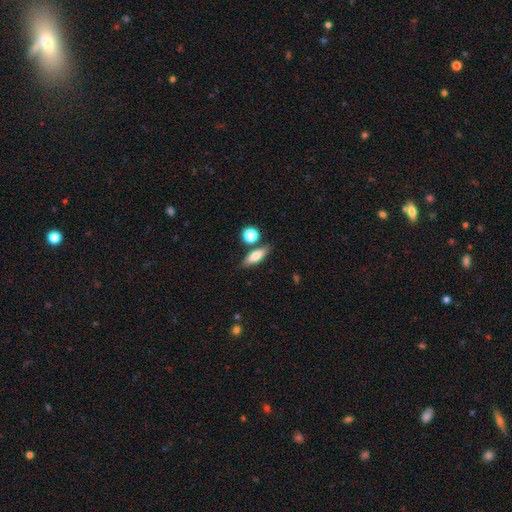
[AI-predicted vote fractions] Smooth or featured? Predicted: smooth (p=0.71). How rounded? Predicted: in between (p=0.63). Merging? Predicted: none (p=0.73).